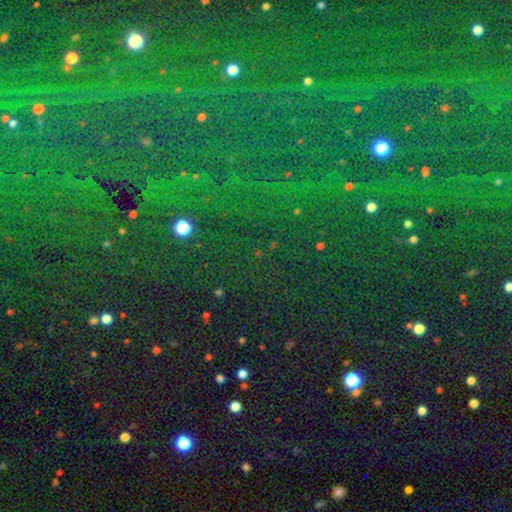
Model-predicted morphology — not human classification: The model was most divided on "smooth or featured": star or artifact: 84%, smooth: 9%, featured or disk: 7%.